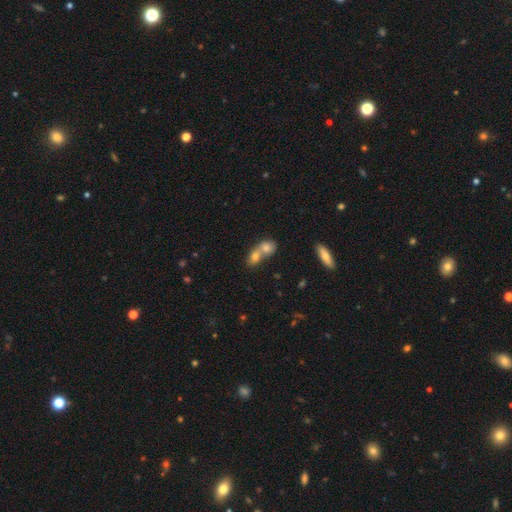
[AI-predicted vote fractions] This is possibly a smooth galaxy (54%). How rounded: likely in between (60%). Merging: marginally merger (45%).